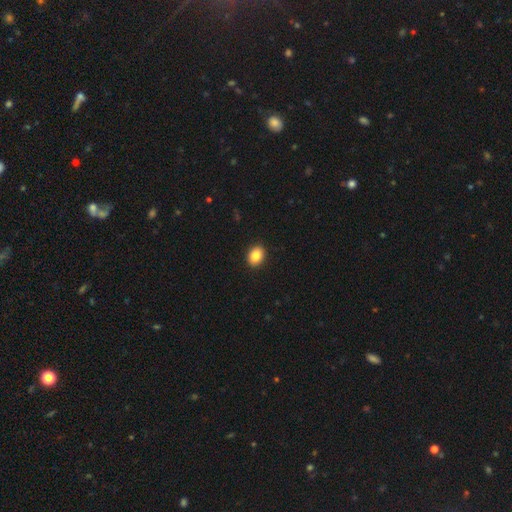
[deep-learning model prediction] This is clearly a smooth galaxy (86%). How rounded: likely in between (67%). Merging: clearly none (91%).